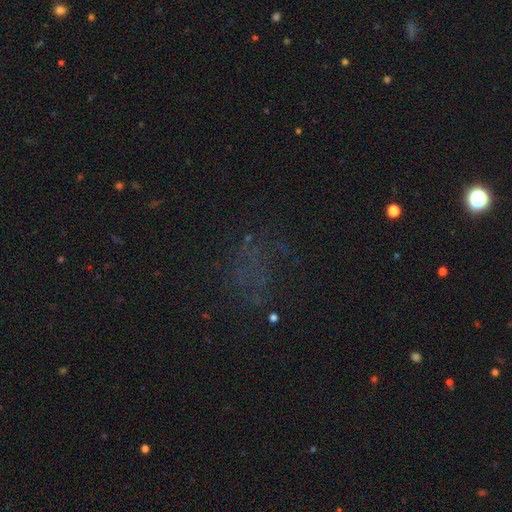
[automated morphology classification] Smooth or featured: star or artifact — 49% (smooth — 29%)